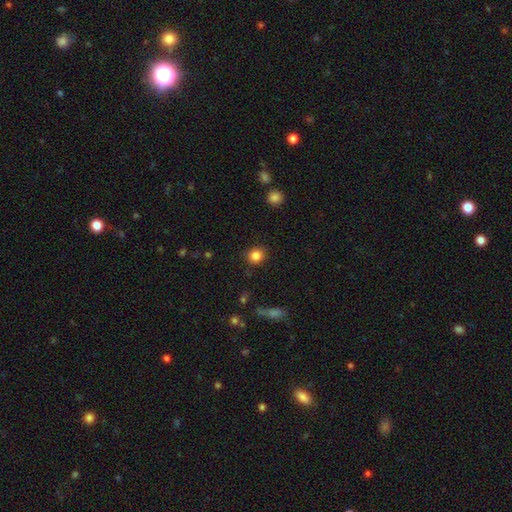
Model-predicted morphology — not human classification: This is clearly a smooth galaxy (84%). How rounded: clearly round (83%). Merging: clearly none (87%).